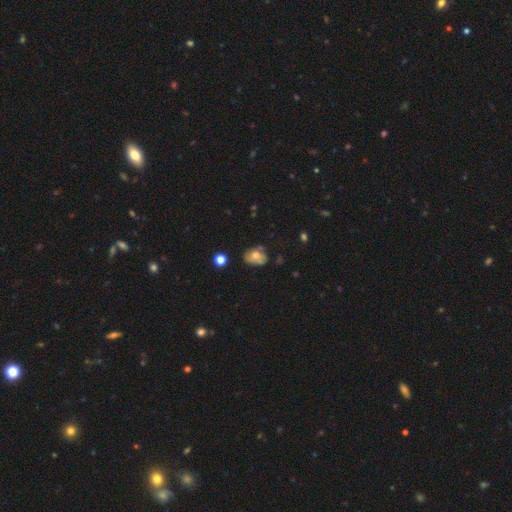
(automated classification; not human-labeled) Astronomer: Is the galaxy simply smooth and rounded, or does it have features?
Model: smooth — 61%.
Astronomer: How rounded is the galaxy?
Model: in between — 69%.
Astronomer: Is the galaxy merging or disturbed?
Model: none — 52% (runner-up: minor disturbance, 29%).